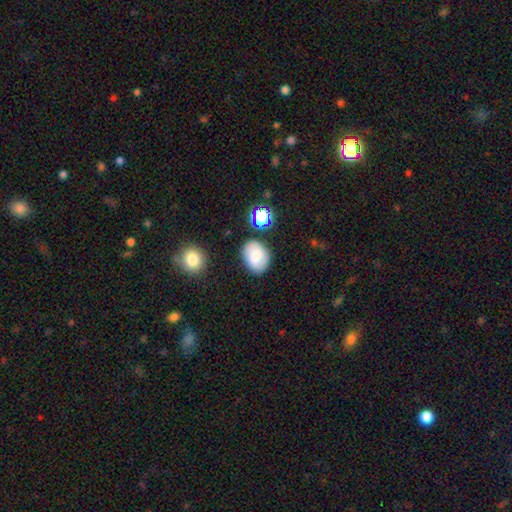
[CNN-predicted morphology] A smooth galaxy with no disk features (66%) that is in between round and cigar-shaped (66%). Merging: none (76%).